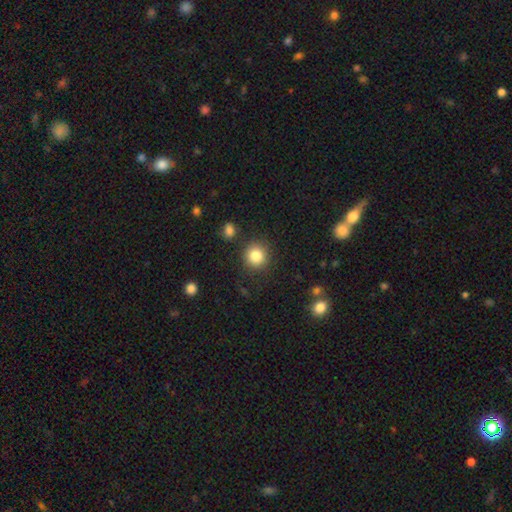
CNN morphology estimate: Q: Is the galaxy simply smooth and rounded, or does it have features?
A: smooth — 84%.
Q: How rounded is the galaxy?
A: round — 91%.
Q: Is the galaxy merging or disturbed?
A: none — 87%.